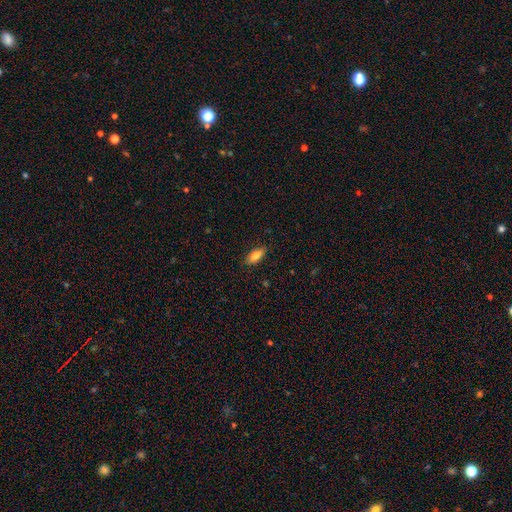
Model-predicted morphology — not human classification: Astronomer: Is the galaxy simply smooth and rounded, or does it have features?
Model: smooth — 82%.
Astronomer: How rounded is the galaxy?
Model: in between — 78%.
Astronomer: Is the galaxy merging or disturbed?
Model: none — 86%.